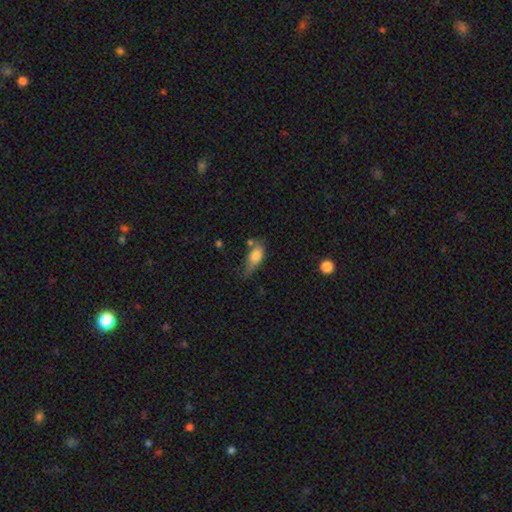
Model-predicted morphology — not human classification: Smooth or featured: smooth — 77% (featured or disk — 15%)
How rounded: in between — 83% (cigar-shaped — 12%)
Merging: minor disturbance — 37% (none — 36%)